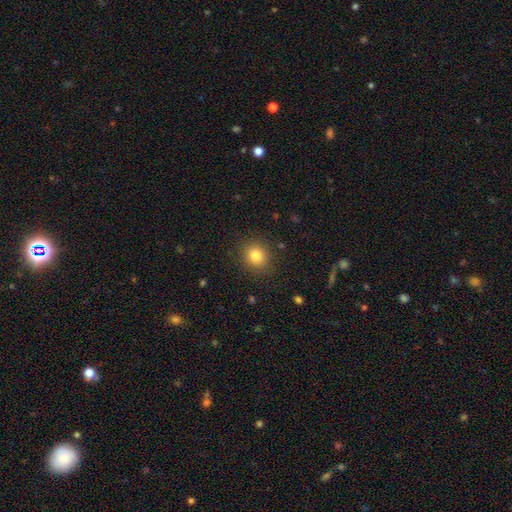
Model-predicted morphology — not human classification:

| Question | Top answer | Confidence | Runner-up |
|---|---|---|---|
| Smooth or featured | smooth | 83% | star or artifact (11%) |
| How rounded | round | 80% | in between (19%) |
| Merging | none | 88% | minor disturbance (8%) |